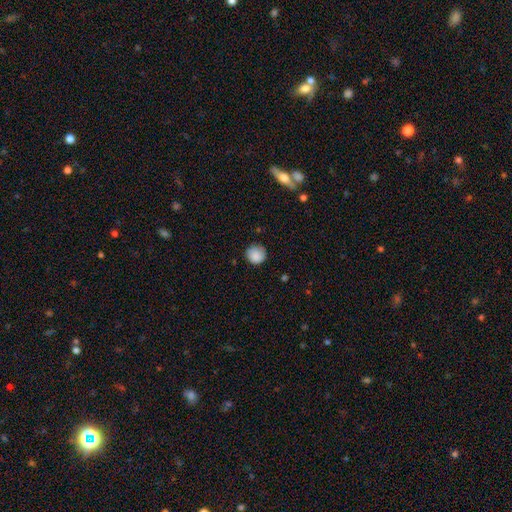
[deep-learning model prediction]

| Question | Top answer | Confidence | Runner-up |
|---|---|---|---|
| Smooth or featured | smooth | 88% | star or artifact (8%) |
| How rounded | round | 91% | in between (8%) |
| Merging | none | 83% | minor disturbance (13%) |